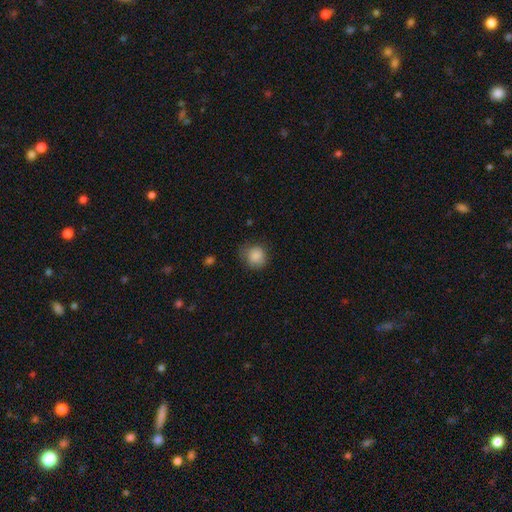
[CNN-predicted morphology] smooth 86%, star or artifact 9%, featured or disk 6%. Down the decision tree: how rounded — round (82%); merging — none (67%).